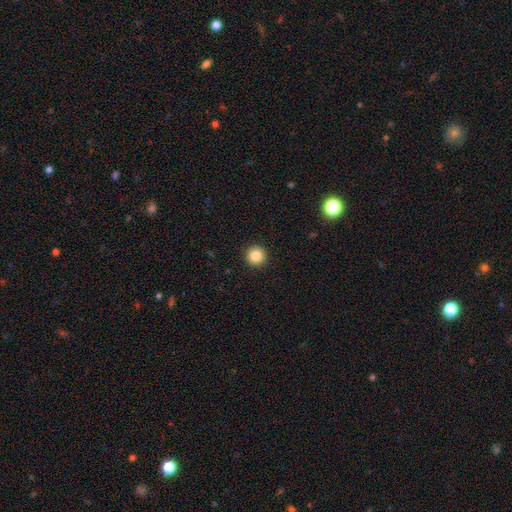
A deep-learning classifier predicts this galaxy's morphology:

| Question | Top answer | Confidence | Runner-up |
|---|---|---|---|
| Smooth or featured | smooth | 84% | star or artifact (10%) |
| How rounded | round | 96% | in between (3%) |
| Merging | none | 94% | minor disturbance (4%) |